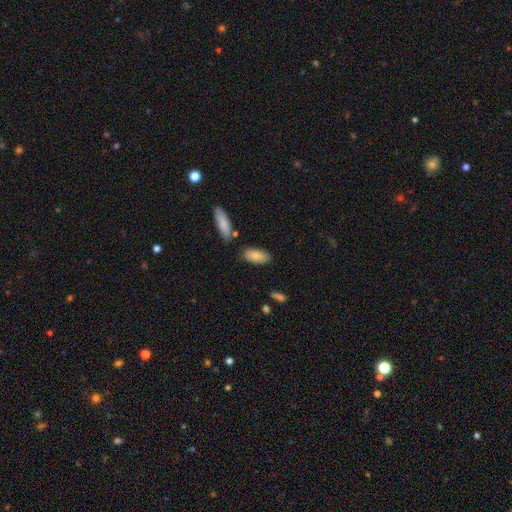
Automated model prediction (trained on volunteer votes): Smooth or featured: smooth — 83% (featured or disk — 10%)
How rounded: in between — 87% (cigar-shaped — 10%)
Merging: none — 76% (minor disturbance — 14%)